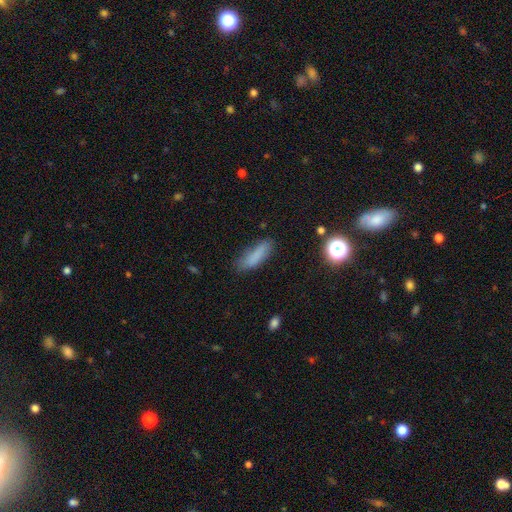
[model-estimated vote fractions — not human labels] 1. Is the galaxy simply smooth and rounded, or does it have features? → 81% smooth, 10% star or artifact, 9% featured or disk.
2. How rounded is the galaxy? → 57% cigar-shaped, 40% in between, 2% round.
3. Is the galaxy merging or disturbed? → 73% none, 20% minor disturbance, 5% major disturbance, 2% merger.